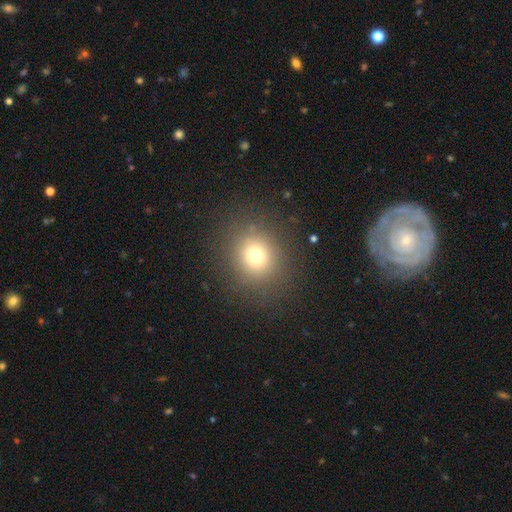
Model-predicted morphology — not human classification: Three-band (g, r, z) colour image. It shows a smooth galaxy with no disk features (73%) that is round (85%). Merging: none (87%).